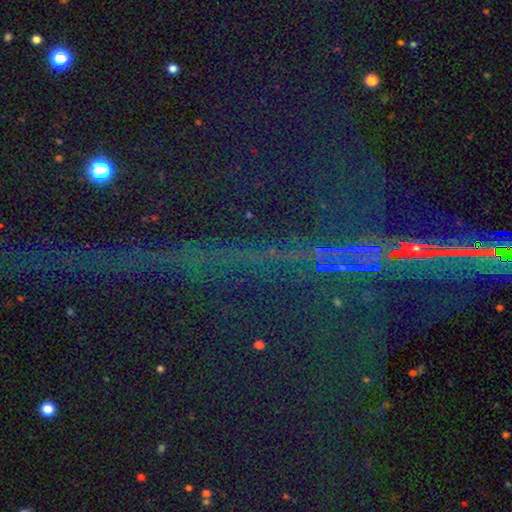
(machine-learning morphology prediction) smooth-or-featured: star or artifact: 86% | featured or disk: 7% | smooth: 7%